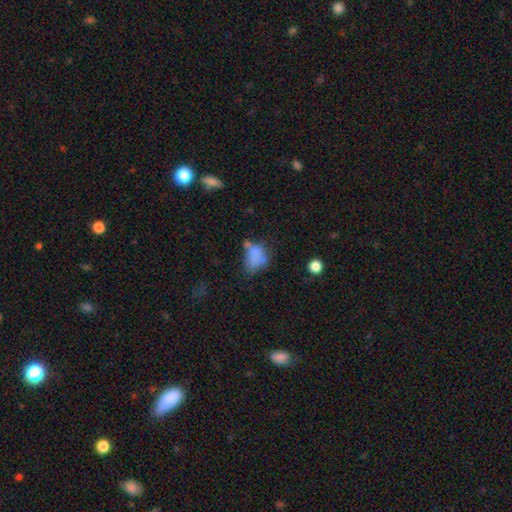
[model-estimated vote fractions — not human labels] This is likely a smooth galaxy (67%). How rounded: likely in between (74%). Merging: marginally none (28%).